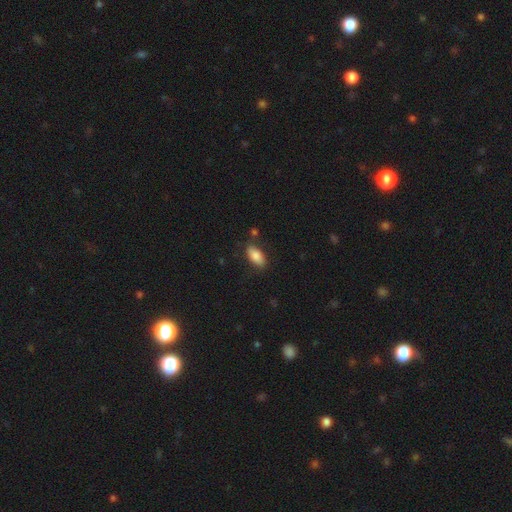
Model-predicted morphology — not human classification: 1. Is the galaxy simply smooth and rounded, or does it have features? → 82% smooth, 11% featured or disk, 7% star or artifact.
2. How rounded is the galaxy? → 89% in between, 8% cigar-shaped, 3% round.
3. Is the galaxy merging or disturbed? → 77% none, 15% minor disturbance, 4% merger, 4% major disturbance.